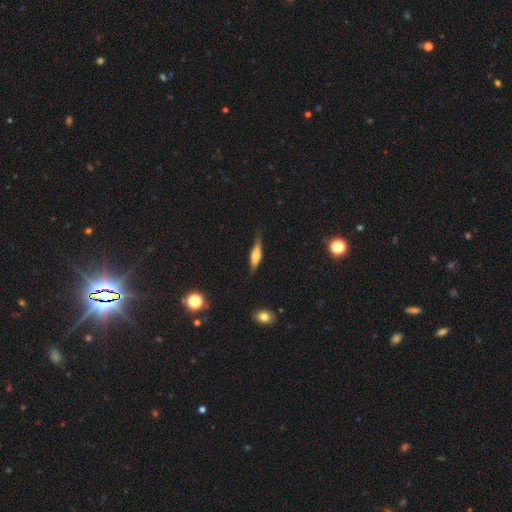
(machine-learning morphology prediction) Q: Smooth or featured?
A: featured or disk (49%); runner-up: smooth (44%)
Q: Merging?
A: none (80%); runner-up: minor disturbance (16%)